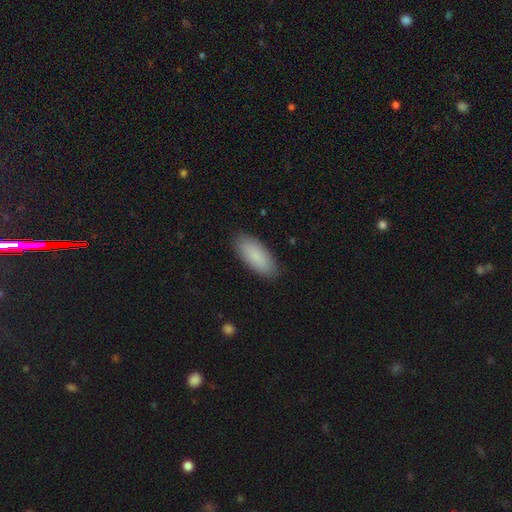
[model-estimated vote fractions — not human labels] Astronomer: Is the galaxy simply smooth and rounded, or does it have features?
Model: smooth — 87%.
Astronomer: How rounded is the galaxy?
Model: in between — 81%.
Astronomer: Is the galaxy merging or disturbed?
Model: none — 89%.